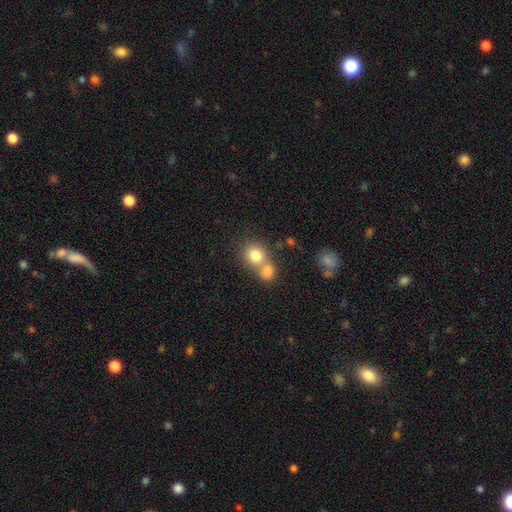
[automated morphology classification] Smooth or featured: smooth — 80% (featured or disk — 10%)
How rounded: round — 78% (in between — 21%)
Merging: merger — 51% (none — 39%)